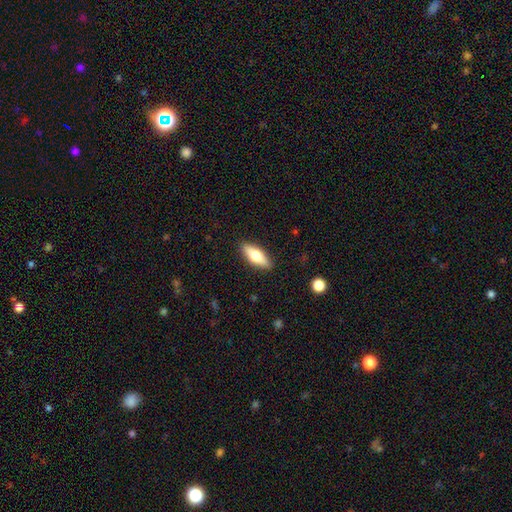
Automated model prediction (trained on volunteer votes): A smooth galaxy with no disk features (62%) that is in between round and cigar-shaped (66%). Merging: none (88%).